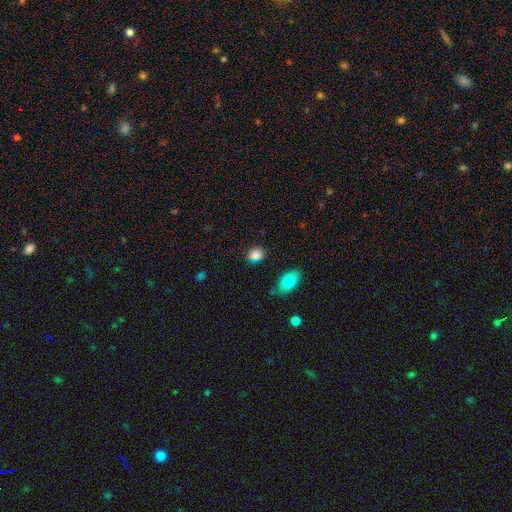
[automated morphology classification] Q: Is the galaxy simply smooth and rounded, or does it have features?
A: smooth — 85%.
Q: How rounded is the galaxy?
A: in between — 52%.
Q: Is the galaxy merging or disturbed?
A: none — 76%.